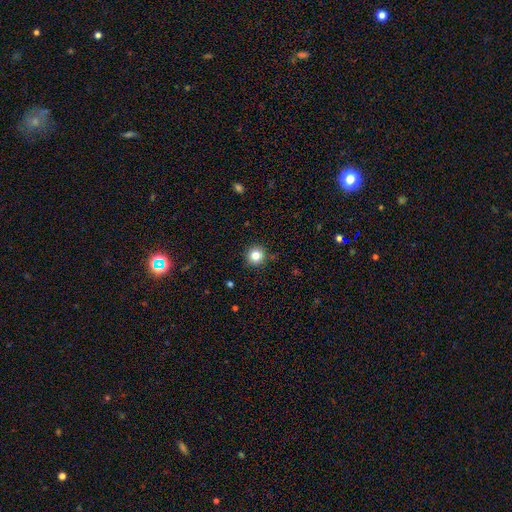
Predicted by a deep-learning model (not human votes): This appears to be a smooth galaxy with no disk features (82%) that is round (94%). Merging: none (89%).